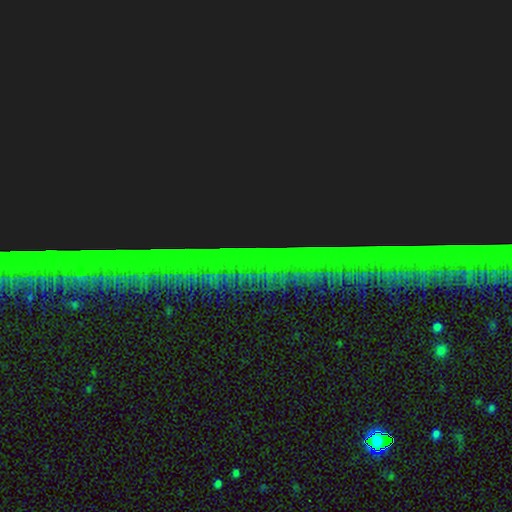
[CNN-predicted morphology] type=star or artifact (86%).